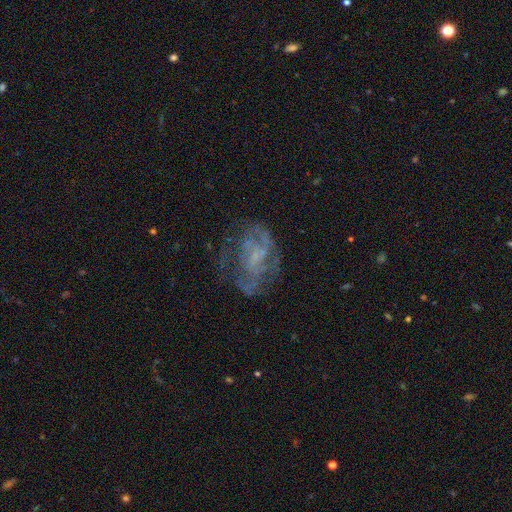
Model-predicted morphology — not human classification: type=featured or disk (66%); edge-on=no (97%); bar=no (65%); spiral arms=yes (52%); bulge=none (50%); merging=none (50%).